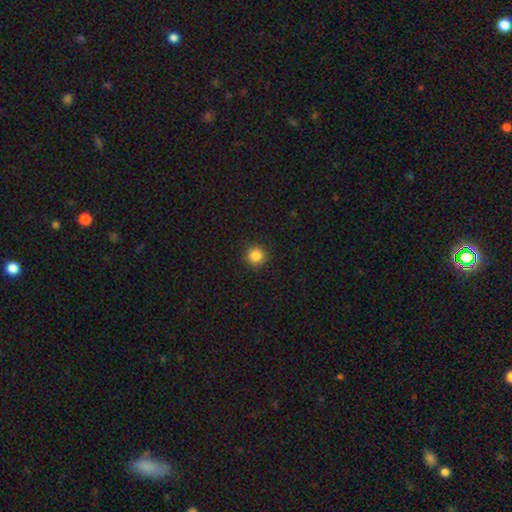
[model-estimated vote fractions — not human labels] Overall: smooth (85%). How rounded: round (95%). Merging: none (92%).